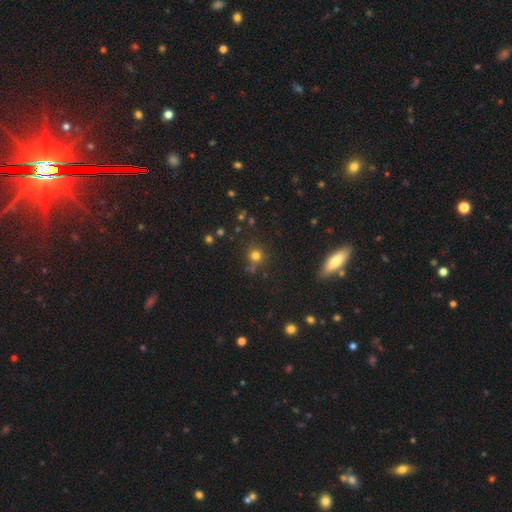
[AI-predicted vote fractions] The model was most divided on "smooth or featured": smooth: 74%, star or artifact: 19%, featured or disk: 7%. More confident: how rounded — round (91%); merging — none (77%).